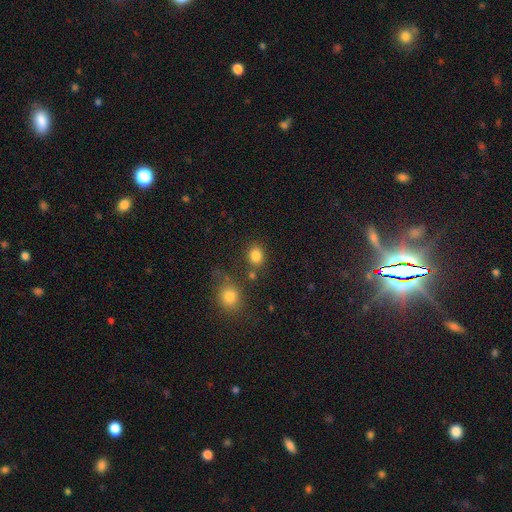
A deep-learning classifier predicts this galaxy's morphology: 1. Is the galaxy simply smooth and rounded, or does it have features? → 84% smooth, 11% star or artifact, 5% featured or disk.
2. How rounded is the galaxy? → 61% round, 38% in between, 1% cigar-shaped.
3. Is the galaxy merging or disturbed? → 75% none, 11% minor disturbance, 10% merger, 4% major disturbance.